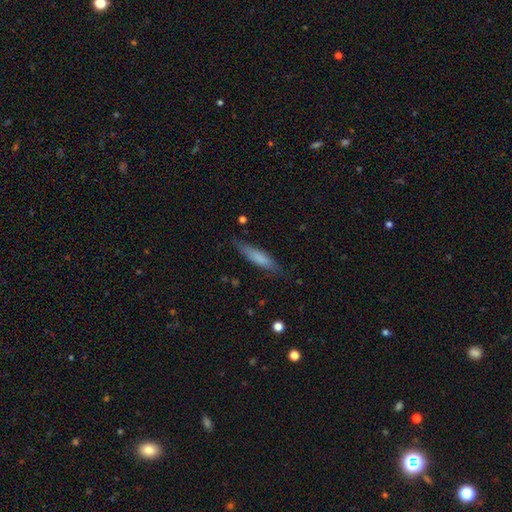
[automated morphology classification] A smooth galaxy with no disk features (68%) that is cigar-shaped (82%).

Vote fractions:
- Smooth or featured? smooth: 68% / featured or disk: 26% / star or artifact: 7%
- How rounded? cigar-shaped: 82% / in between: 17% / round: 2%
- Merging? none: 80% / minor disturbance: 15% / major disturbance: 3% / merger: 1%